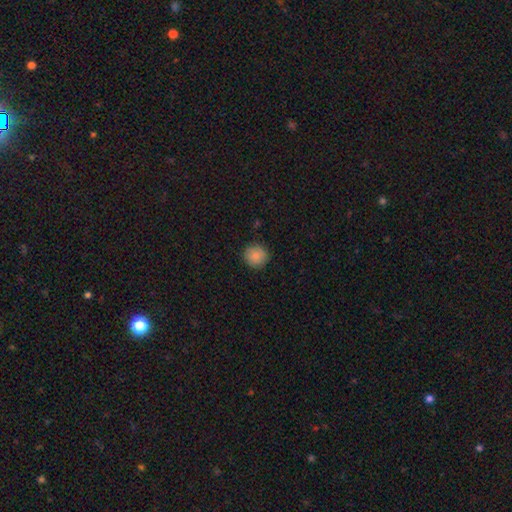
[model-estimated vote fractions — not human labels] A smooth galaxy with no disk features (87%) that is round (93%). Merging: none (89%).